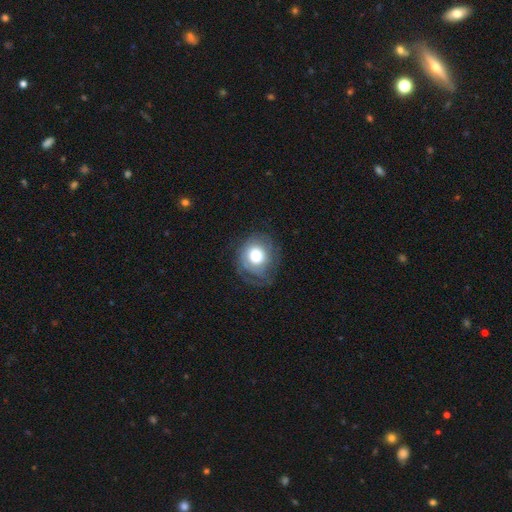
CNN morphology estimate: Smooth or featured: smooth — 52% (featured or disk — 38%)
How rounded: round — 83% (in between — 16%)
Merging: none — 66% (minor disturbance — 20%)